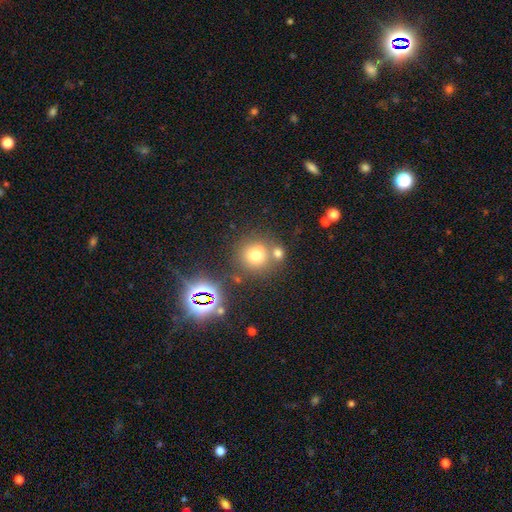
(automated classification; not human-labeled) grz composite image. It shows a smooth galaxy with no disk features (69%) that is round (88%). Merging: none (59%).